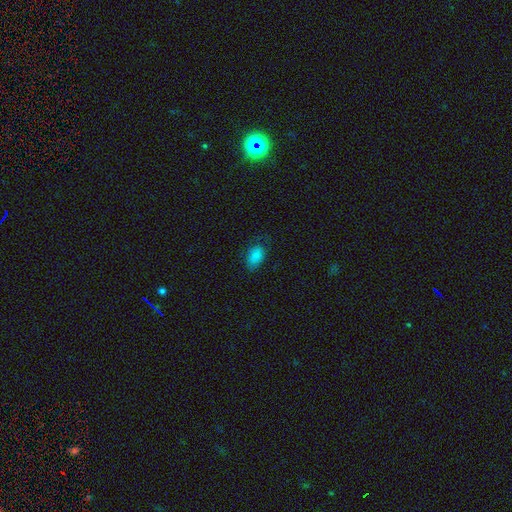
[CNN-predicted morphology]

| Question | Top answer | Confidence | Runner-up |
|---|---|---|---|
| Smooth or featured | smooth | 82% | star or artifact (10%) |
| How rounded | in between | 90% | round (8%) |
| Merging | none | 61% | minor disturbance (26%) |